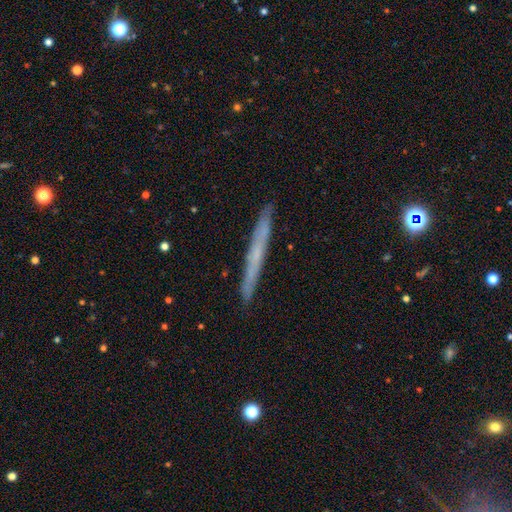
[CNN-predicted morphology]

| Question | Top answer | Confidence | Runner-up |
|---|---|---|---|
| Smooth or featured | featured or disk | 49% | smooth (43%) |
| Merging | none | 91% | minor disturbance (7%) |